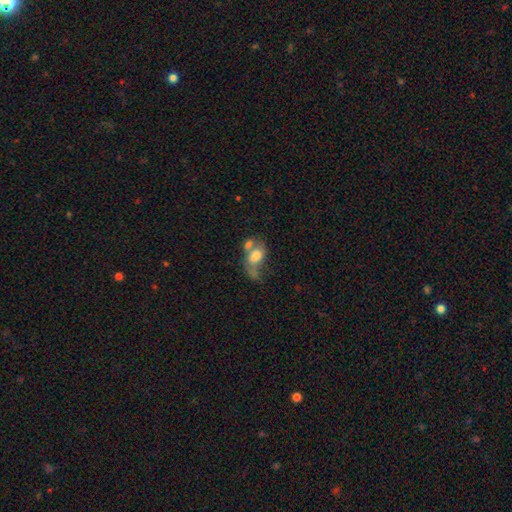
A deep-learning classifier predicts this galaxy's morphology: type=smooth (60%); roundness=in between (77%); merging=merger (51%).